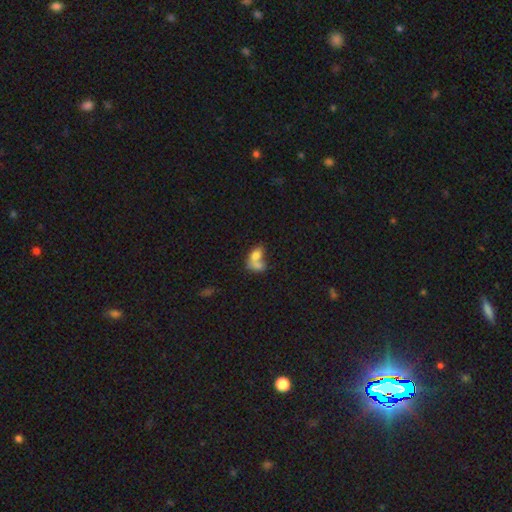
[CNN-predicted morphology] type=smooth (72%); roundness=in between (82%); merging=merger (66%).